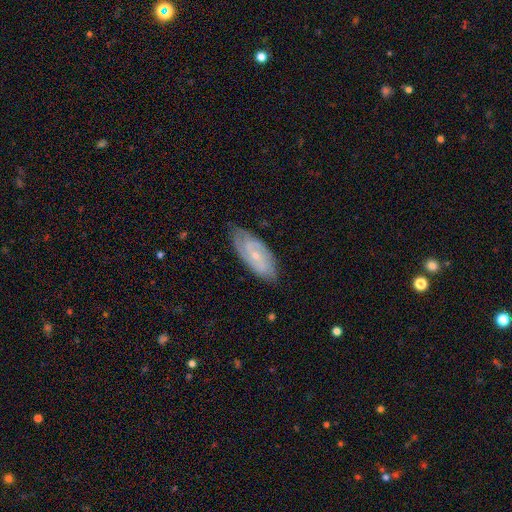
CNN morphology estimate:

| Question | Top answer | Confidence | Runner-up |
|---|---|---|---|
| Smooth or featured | featured or disk | 76% | smooth (18%) |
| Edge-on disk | no | 92% | yes (8%) |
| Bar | no | 46% | weak (43%) |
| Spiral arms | yes | 94% | no (6%) |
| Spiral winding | tight | 52% | medium (38%) |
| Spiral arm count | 2 | 57% | can't tell (22%) |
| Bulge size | small | 72% | moderate (21%) |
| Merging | none | 77% | minor disturbance (18%) |